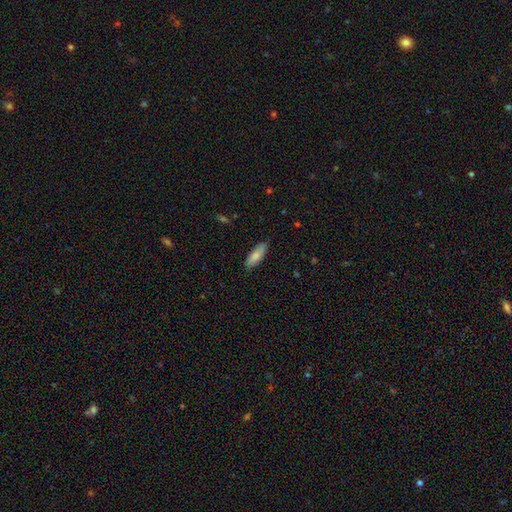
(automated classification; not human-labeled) Smooth or featured? Predicted: smooth (p=0.83). How rounded? Predicted: in between (p=0.65). Merging? Predicted: none (p=0.84).